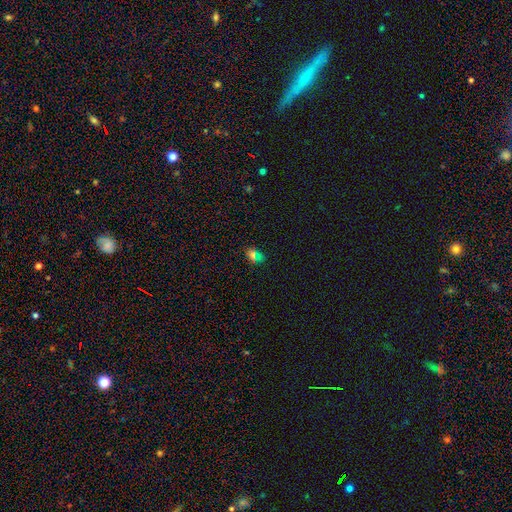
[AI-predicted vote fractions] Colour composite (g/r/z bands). It shows a smooth galaxy with no disk features (67%) that is in between round and cigar-shaped (68%). Merging: none (68%).